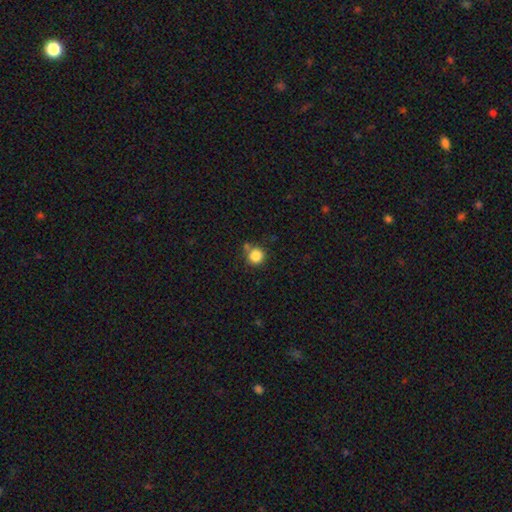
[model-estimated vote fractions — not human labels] A smooth galaxy with no disk features (84%) that is round (93%).

Vote fractions:
- Smooth or featured? smooth: 84% / star or artifact: 11% / featured or disk: 5%
- How rounded? round: 93% / in between: 6% / cigar-shaped: 1%
- Merging? none: 68% / merger: 14% / minor disturbance: 14% / major disturbance: 4%